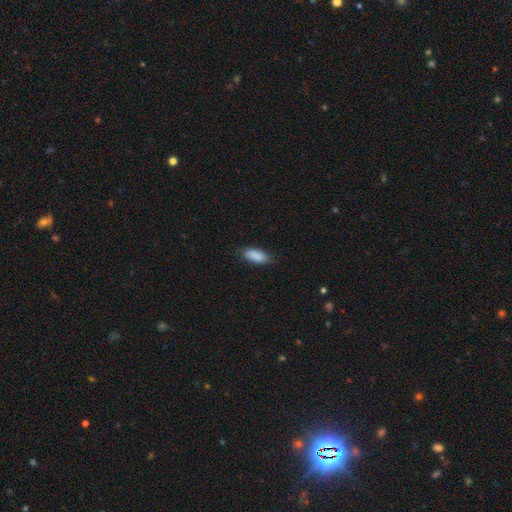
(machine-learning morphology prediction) Smooth or featured? Predicted: smooth (p=0.89). How rounded? Predicted: in between (p=0.83). Merging? Predicted: none (p=0.81).